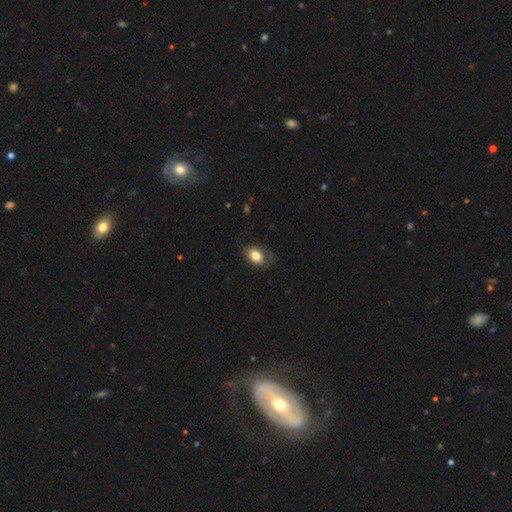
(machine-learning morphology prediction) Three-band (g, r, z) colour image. It shows a smooth galaxy with no disk features (79%) that is in between round and cigar-shaped (77%). Merging: none (64%).